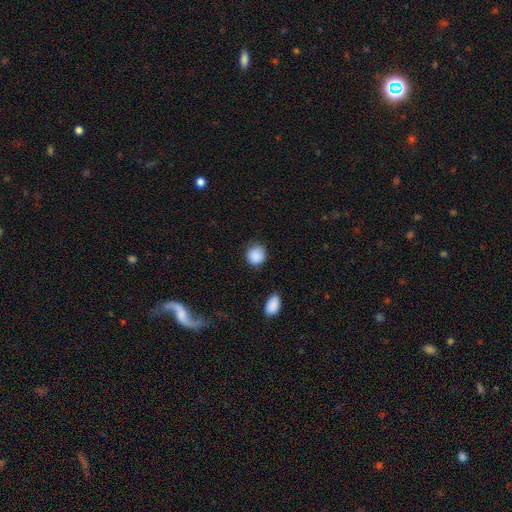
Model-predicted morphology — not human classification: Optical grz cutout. It shows a smooth galaxy with no disk features (89%) that is round (86%). Merging: none (80%).